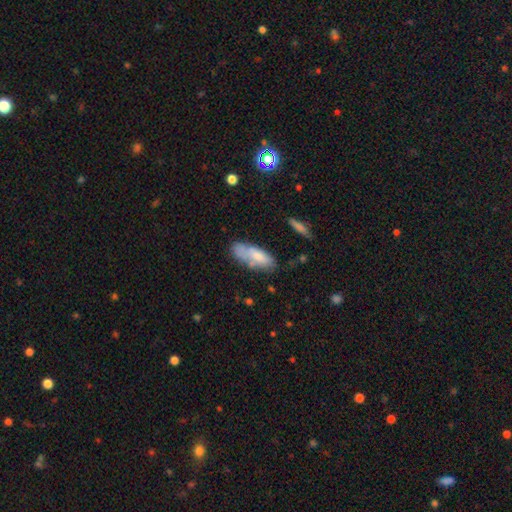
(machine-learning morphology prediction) smooth 67%, featured or disk 26%, star or artifact 7%. Down the decision tree: how rounded — in between (73%); merging — none (49%).